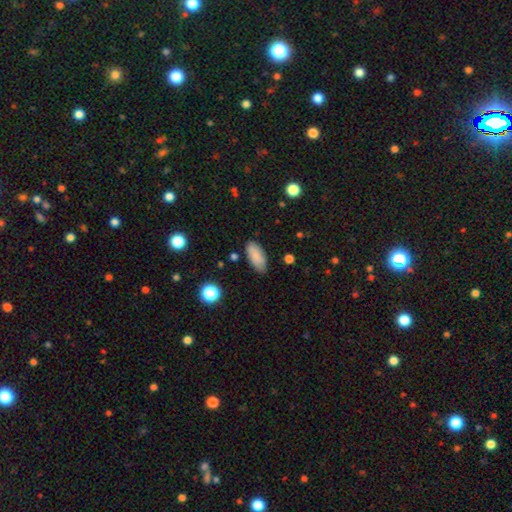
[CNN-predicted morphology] smooth 85%, featured or disk 8%, star or artifact 7%. Down the decision tree: how rounded — in between (88%); merging — none (82%).